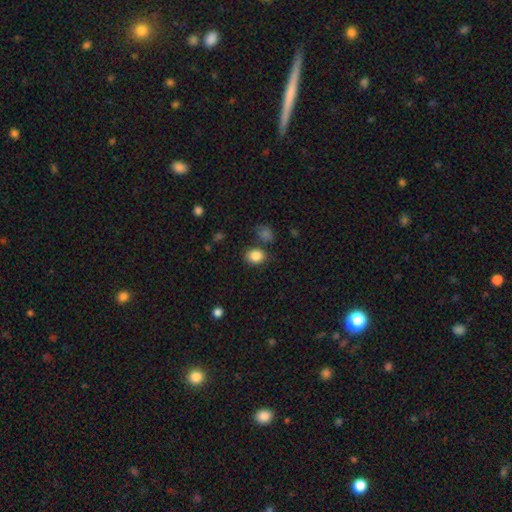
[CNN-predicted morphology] A smooth galaxy with no disk features (85%) that is round (52%). Merging: none (76%).